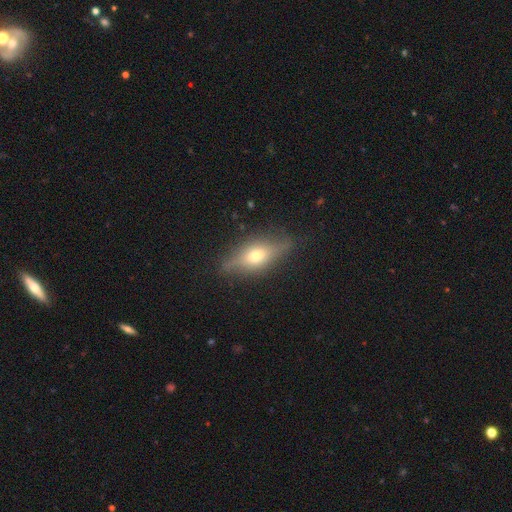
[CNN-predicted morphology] featured or disk 54%, smooth 38%, star or artifact 8%. Down the decision tree: edge-on disk — yes (79%); merging — none (80%).